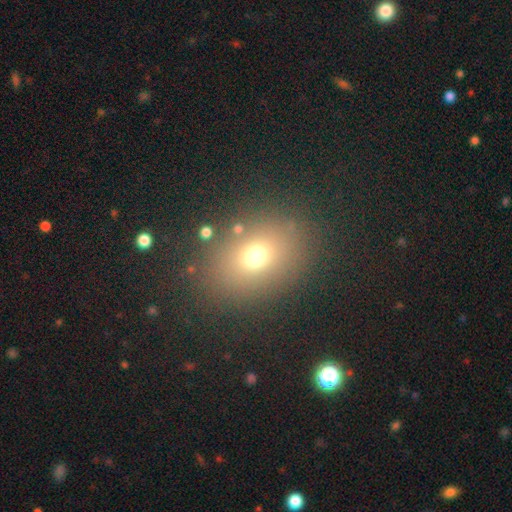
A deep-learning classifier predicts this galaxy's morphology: The model was most divided on "how rounded": in between: 55%, round: 44%, cigar-shaped: 1%. More confident: merging — none (83%); smooth or featured — smooth (70%).